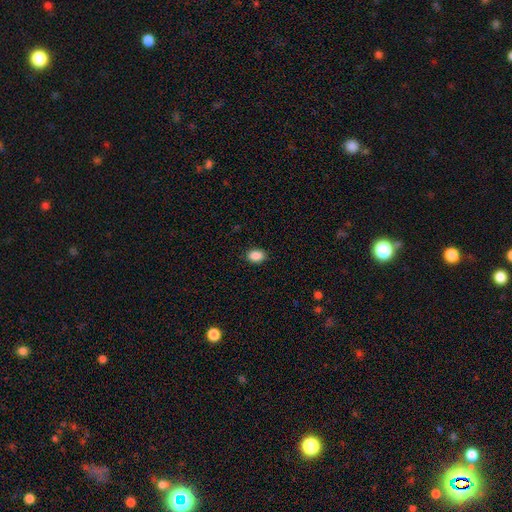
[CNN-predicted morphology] Smooth or featured? smooth (89%)
How rounded? in between (78%)
Merging? none (88%)